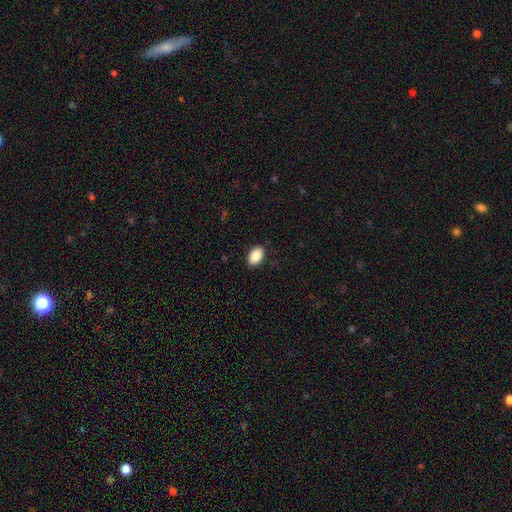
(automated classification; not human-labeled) Morphology: type=smooth (88%); roundness=in between (89%); merging=none (87%).